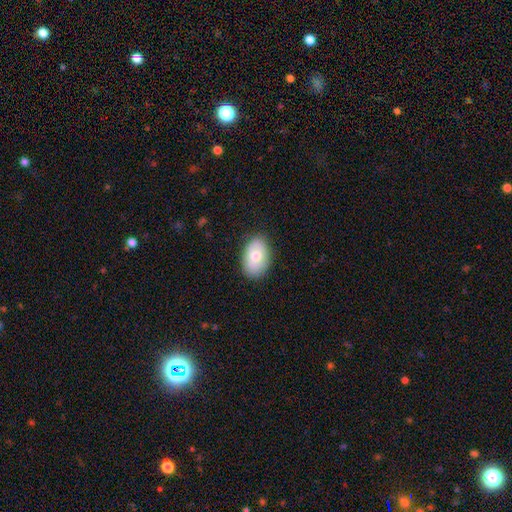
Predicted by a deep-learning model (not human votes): Overall: smooth (71%). How rounded: in between (88%). Merging: none (83%).